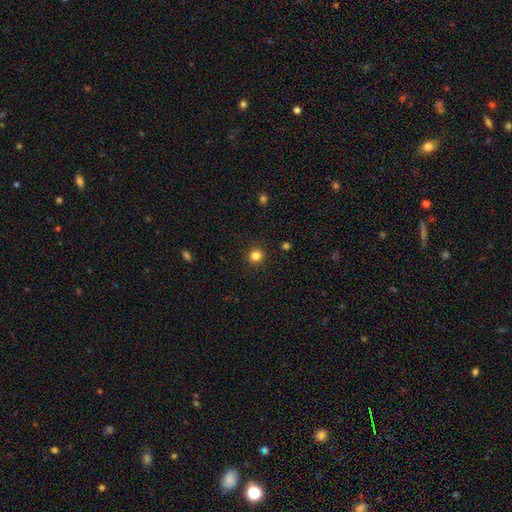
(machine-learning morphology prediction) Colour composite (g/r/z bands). It shows a smooth galaxy with no disk features (83%) that is round (88%). Merging: none (91%).